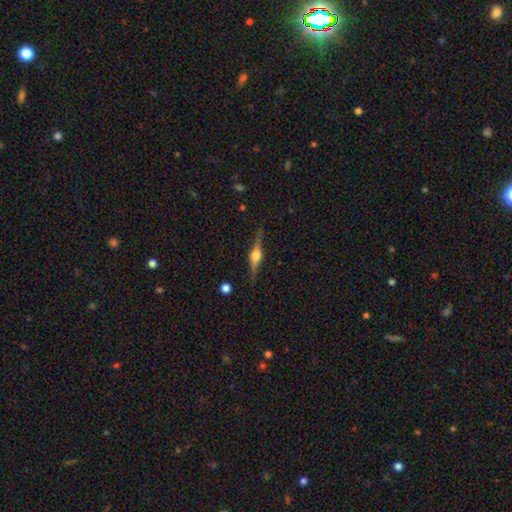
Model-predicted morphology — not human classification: Smooth or featured? featured or disk (77%)
Edge-on disk? yes (97%)
Edge-on bulge? rounded (93%)
Merging? none (85%)